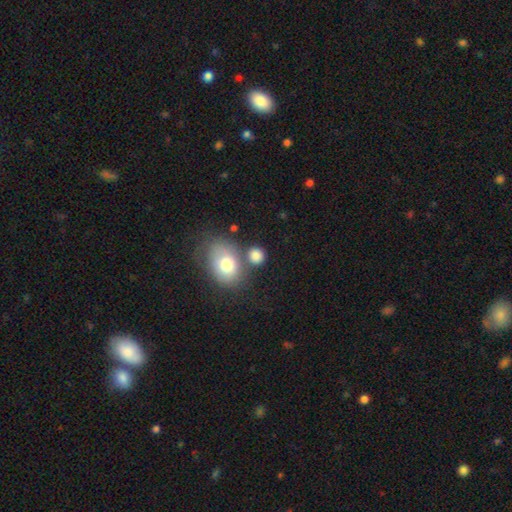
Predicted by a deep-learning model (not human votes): smooth_or_featured: smooth (p=0.82) [alt: star or artifact p=0.09]
how_rounded: round (p=0.70) [alt: in between p=0.28]
merging: none (p=0.61) [alt: merger p=0.21]